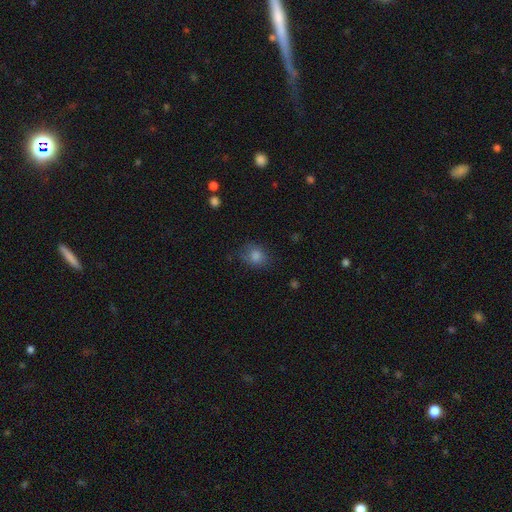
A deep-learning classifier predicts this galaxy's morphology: type=smooth (79%); roundness=round (56%); merging=none (72%).